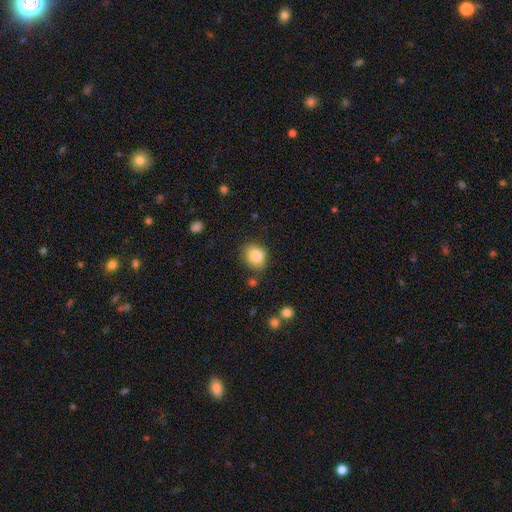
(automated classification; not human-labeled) smooth-or-featured: smooth: 85% | star or artifact: 9% | featured or disk: 6%
  how-rounded: round: 63% | in between: 36% | cigar-shaped: 1%
  merging: none: 78% | minor disturbance: 15% | major disturbance: 4% | merger: 3%